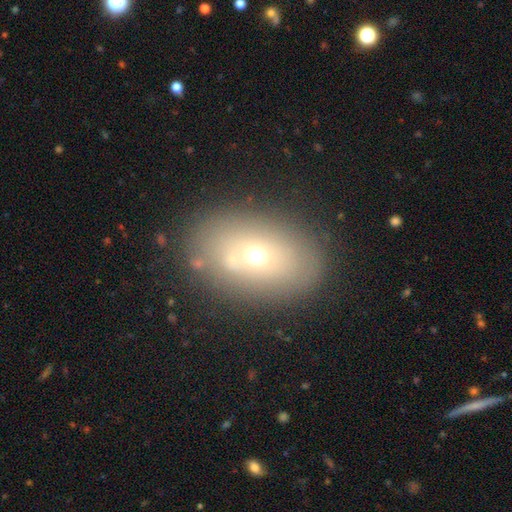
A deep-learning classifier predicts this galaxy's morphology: type=smooth (57%); roundness=in between (77%); merging=none (76%).